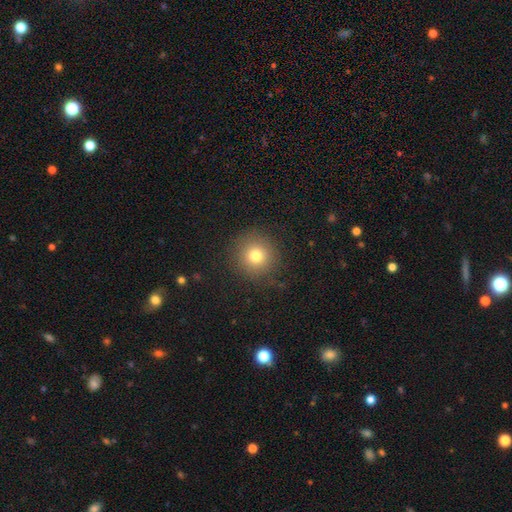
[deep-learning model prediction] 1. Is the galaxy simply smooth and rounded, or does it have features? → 76% smooth, 14% star or artifact, 10% featured or disk.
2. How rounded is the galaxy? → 94% round, 5% in between, 1% cigar-shaped.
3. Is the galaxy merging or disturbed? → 88% none, 7% minor disturbance, 3% major disturbance, 1% merger.